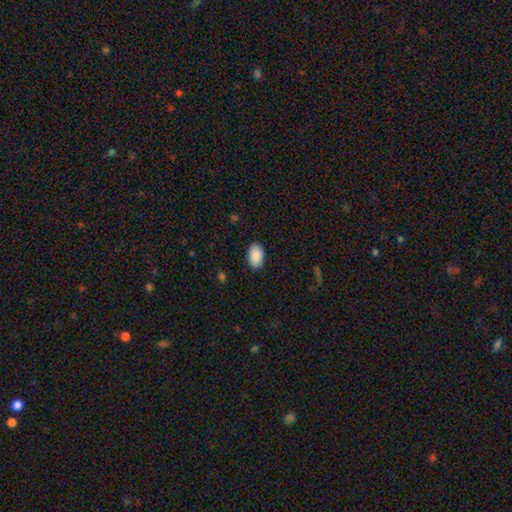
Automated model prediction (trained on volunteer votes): Smooth or featured: smooth — 91% (star or artifact — 6%)
How rounded: in between — 93% (round — 6%)
Merging: none — 88% (minor disturbance — 9%)